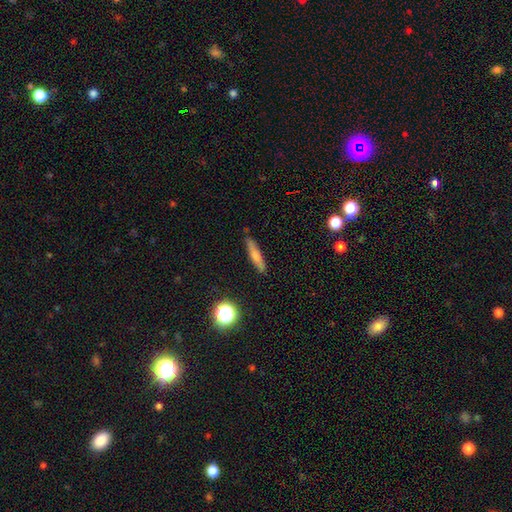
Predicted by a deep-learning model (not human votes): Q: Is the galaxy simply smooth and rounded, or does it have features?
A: smooth — 66%.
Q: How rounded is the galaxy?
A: cigar-shaped — 86%.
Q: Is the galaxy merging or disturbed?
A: none — 85%.